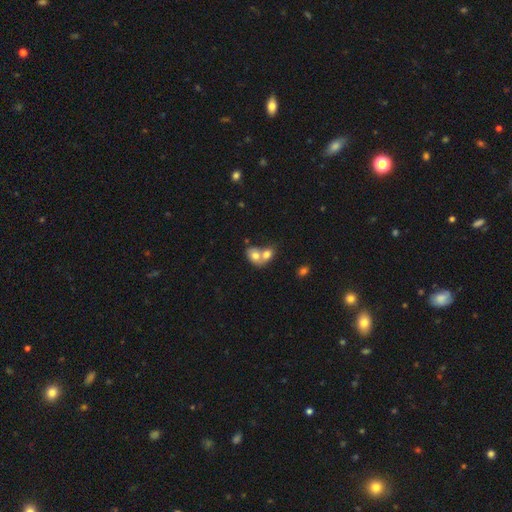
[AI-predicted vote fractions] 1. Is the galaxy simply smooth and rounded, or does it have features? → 71% smooth, 20% featured or disk, 8% star or artifact.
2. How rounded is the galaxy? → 67% in between, 32% round, 1% cigar-shaped.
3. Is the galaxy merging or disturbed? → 72% merger, 18% none, 6% minor disturbance, 3% major disturbance.